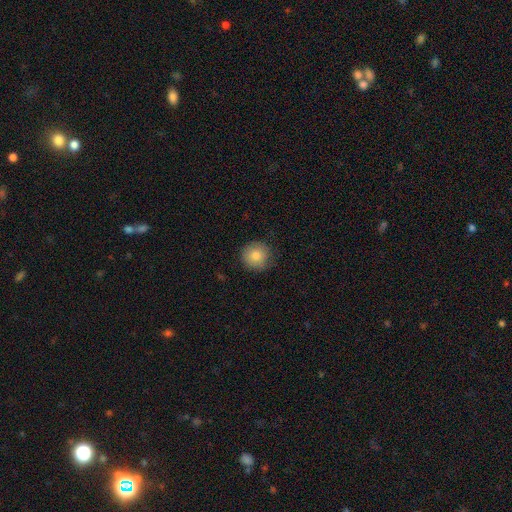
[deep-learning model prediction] Smooth or featured: smooth — 83% (star or artifact — 9%)
How rounded: round — 94% (in between — 5%)
Merging: none — 85% (minor disturbance — 12%)